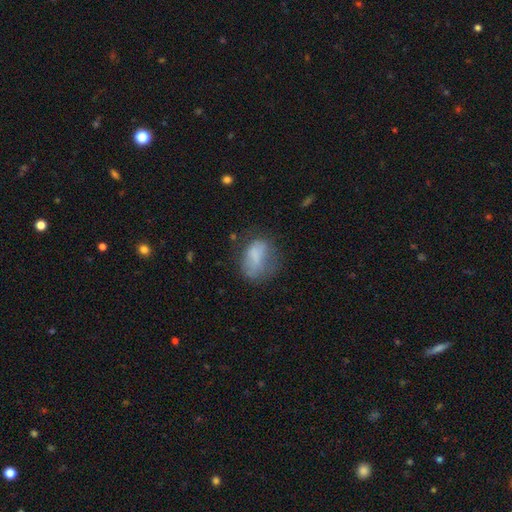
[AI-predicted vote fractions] Smooth or featured? smooth (69%)
How rounded? in between (79%)
Merging? none (40%)